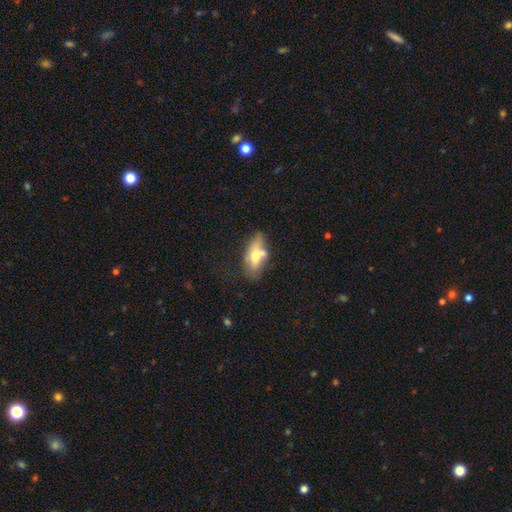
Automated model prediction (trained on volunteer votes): This is possibly a smooth galaxy (57%). How rounded: clearly in between (80%). Merging: possibly none (47%).